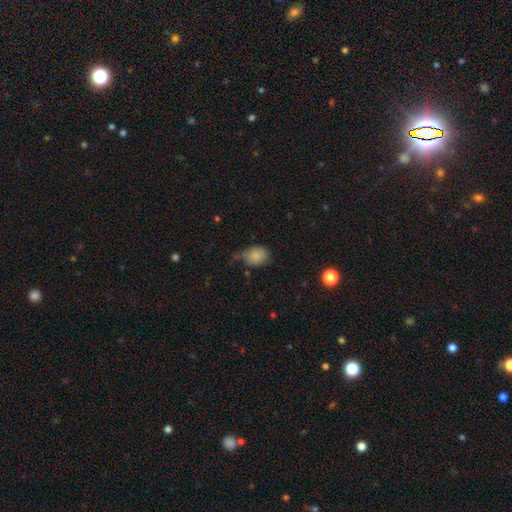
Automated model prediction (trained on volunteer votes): Q: Smooth or featured?
A: smooth (84%); runner-up: star or artifact (10%)
Q: How rounded?
A: in between (64%); runner-up: round (35%)
Q: Merging?
A: none (53%); runner-up: minor disturbance (33%)